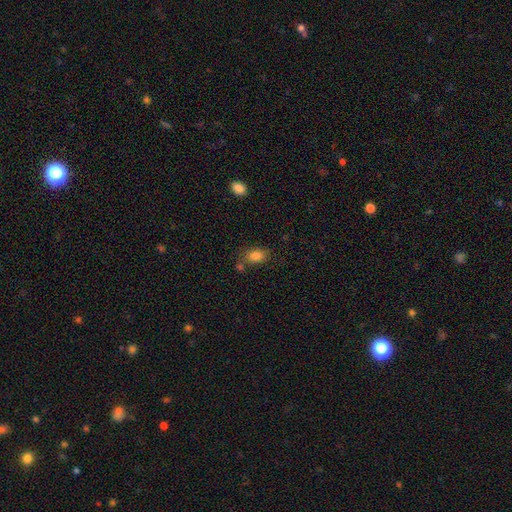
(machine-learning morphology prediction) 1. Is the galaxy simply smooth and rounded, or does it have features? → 84% smooth, 10% star or artifact, 7% featured or disk.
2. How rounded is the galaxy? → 81% in between, 17% round, 2% cigar-shaped.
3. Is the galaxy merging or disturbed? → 65% none, 16% minor disturbance, 15% merger, 5% major disturbance.